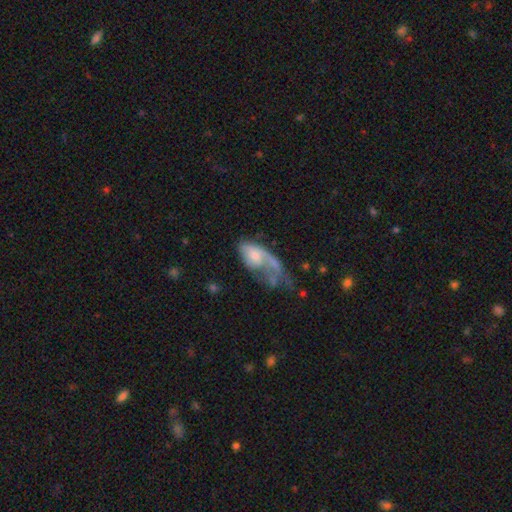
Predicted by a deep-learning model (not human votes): A featured or disk galaxy (56%) with no bar (70%), spiral arms (64%) and a small central bulge (46%).

Vote fractions:
- Smooth or featured? featured or disk: 56% / smooth: 37% / star or artifact: 7%
- Edge-on disk? no: 95% / yes: 5%
- Bar? no: 70% / weak: 25% / strong: 5%
- Spiral arms? yes: 64% / no: 36%
- Bulge size? small: 46% / moderate: 37% / none: 11% / large: 5% / dominant: 2%
- Merging? major disturbance: 59% / none: 16% / minor disturbance: 15% / merger: 10%